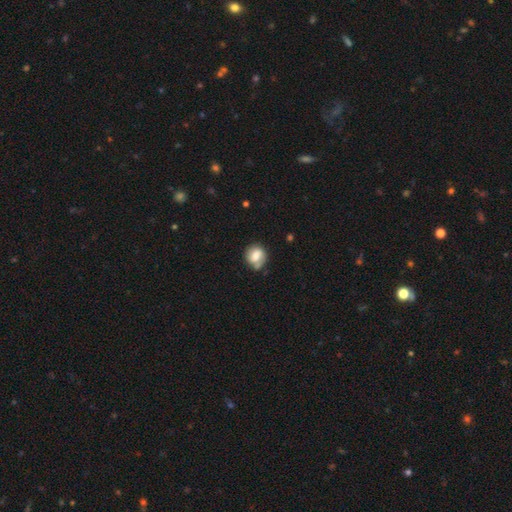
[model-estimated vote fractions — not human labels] This appears to be a smooth galaxy with no disk features (74%) that is round (75%). Merging: none (63%).